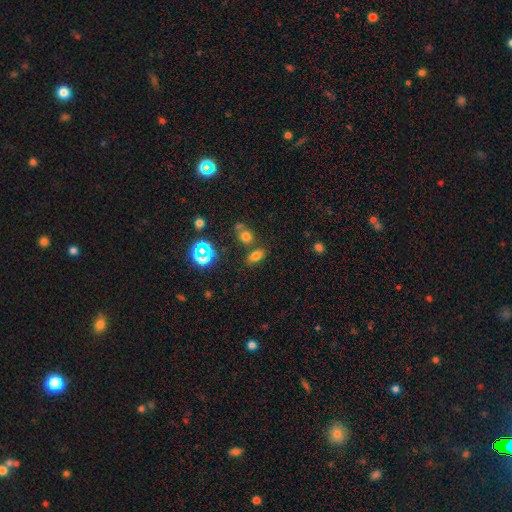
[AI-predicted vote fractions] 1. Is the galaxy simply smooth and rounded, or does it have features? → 70% smooth, 20% star or artifact, 10% featured or disk.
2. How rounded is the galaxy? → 81% in between, 15% round, 5% cigar-shaped.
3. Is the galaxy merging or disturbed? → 73% none, 12% merger, 11% minor disturbance, 4% major disturbance.